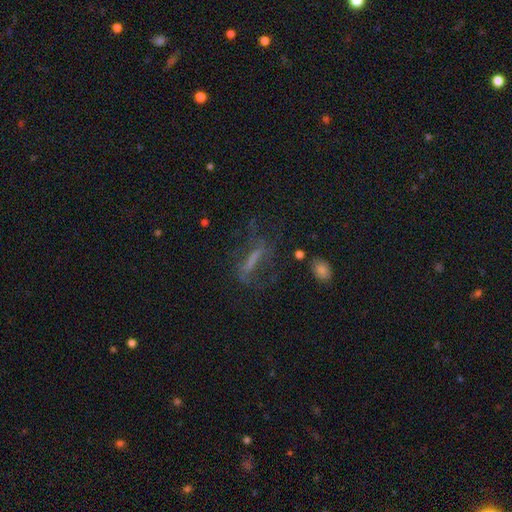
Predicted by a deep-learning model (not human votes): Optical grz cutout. It shows a featured or disk galaxy (43%). Merging: none (52%).